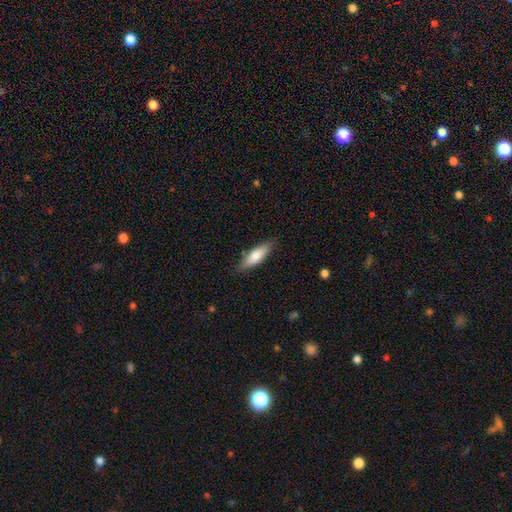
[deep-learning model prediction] smooth_or_featured: smooth (p=0.74) [alt: featured or disk p=0.21]
how_rounded: cigar-shaped (p=0.51) [alt: in between p=0.47]
merging: none (p=0.81) [alt: minor disturbance p=0.14]